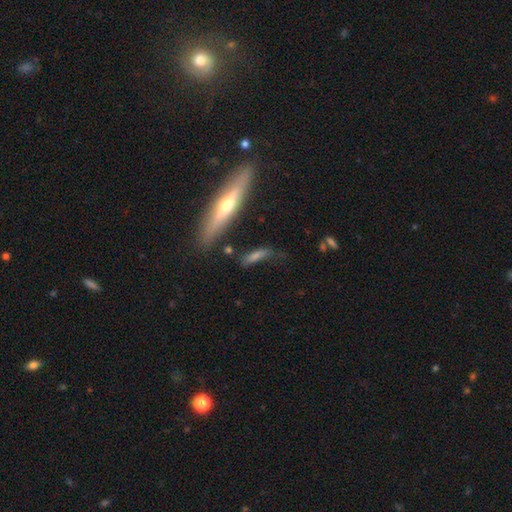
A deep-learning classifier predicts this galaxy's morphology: smooth-or-featured: smooth: 49% | featured or disk: 40% | star or artifact: 11%
  merging: none: 63% | minor disturbance: 21% | major disturbance: 9% | merger: 6%